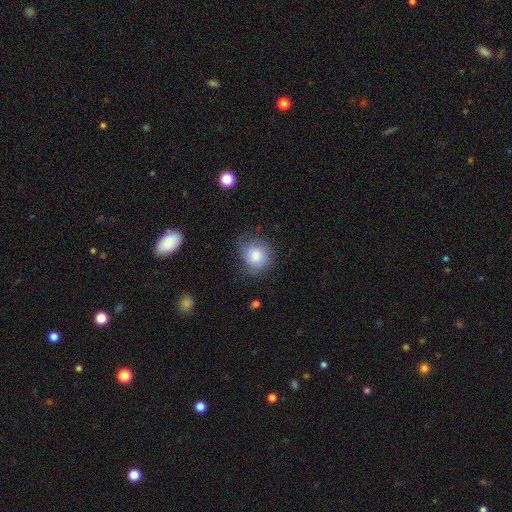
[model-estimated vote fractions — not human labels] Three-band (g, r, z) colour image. It shows a smooth galaxy with no disk features (76%) that is round (81%). Merging: none (61%).